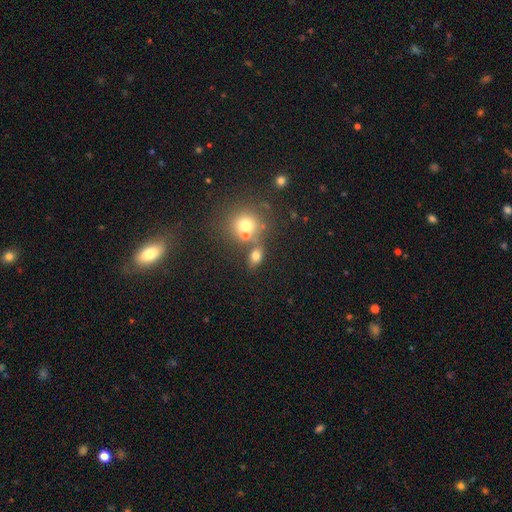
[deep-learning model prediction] A smooth galaxy with no disk features (71%) that is in between round and cigar-shaped (67%). Merging: none (56%).